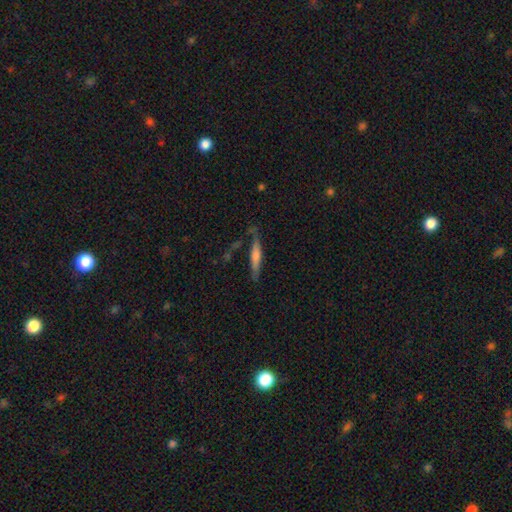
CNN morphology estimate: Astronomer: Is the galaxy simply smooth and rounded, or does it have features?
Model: smooth — 51% (runner-up: featured or disk, 42%).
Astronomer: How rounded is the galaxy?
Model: cigar-shaped — 88%.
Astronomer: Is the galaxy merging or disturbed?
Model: none — 67%.